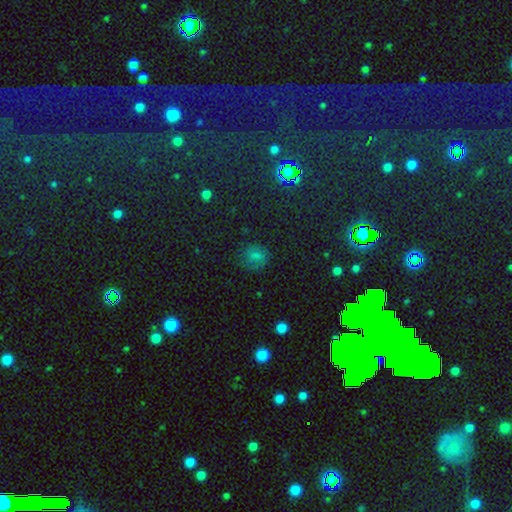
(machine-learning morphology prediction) Overall: smooth (66%). How rounded: round (71%). Merging: none (74%).